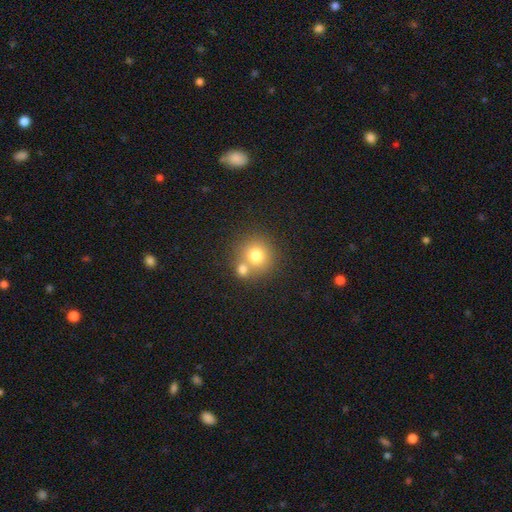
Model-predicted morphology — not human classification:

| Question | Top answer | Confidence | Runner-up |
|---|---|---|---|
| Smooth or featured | smooth | 75% | featured or disk (13%) |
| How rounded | round | 90% | in between (9%) |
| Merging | none | 53% | merger (37%) |